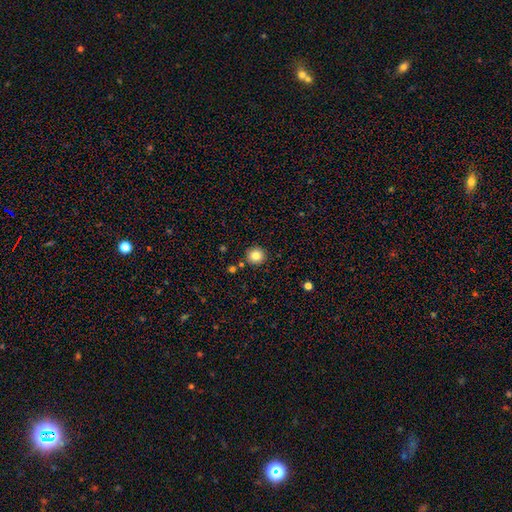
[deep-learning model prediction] Smooth or featured? smooth (82%)
How rounded? round (94%)
Merging? none (88%)